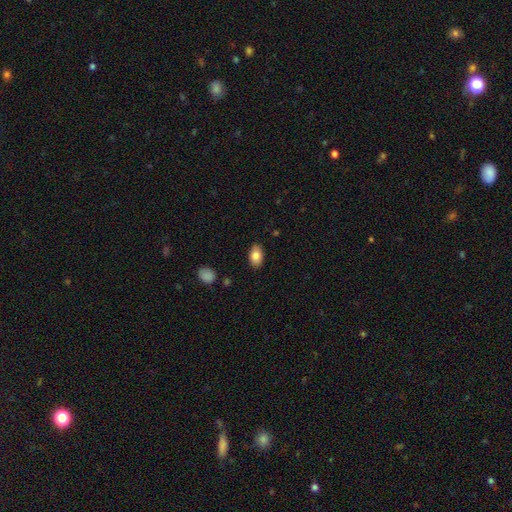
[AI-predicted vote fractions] A smooth galaxy with no disk features (84%) that is in between round and cigar-shaped (90%).

Vote fractions:
- Smooth or featured? smooth: 84% / featured or disk: 9% / star or artifact: 7%
- How rounded? in between: 90% / round: 8% / cigar-shaped: 2%
- Merging? none: 86% / minor disturbance: 11% / major disturbance: 2% / merger: 1%